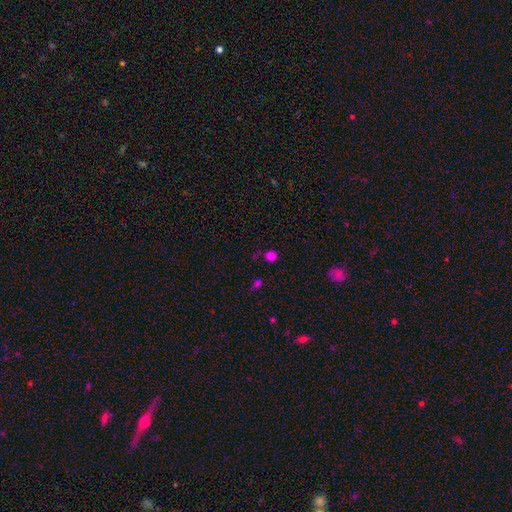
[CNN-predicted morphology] This appears to be a smooth galaxy with no disk features (70%) that is round (86%). Merging: none (79%).